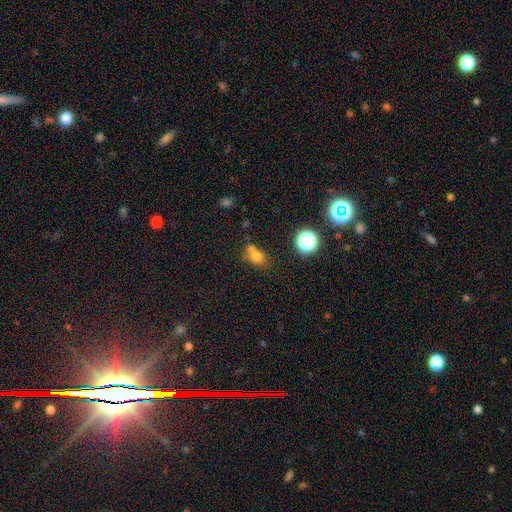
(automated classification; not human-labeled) Morphology: type=smooth (69%); roundness=round (49%, tied with in between); merging=none (42%).